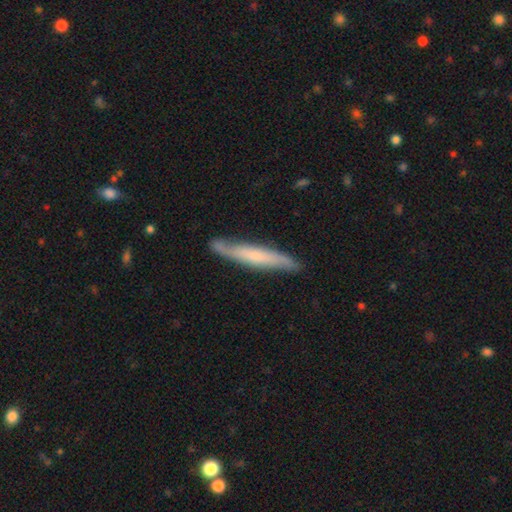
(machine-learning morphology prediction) A featured or disk galaxy (55%) viewed edge-on (70%).

Vote fractions:
- Smooth or featured? featured or disk: 55% / smooth: 40% / star or artifact: 5%
- Edge-on disk? yes: 70% / no: 30%
- Merging? none: 77% / minor disturbance: 17% / major disturbance: 3% / merger: 2%